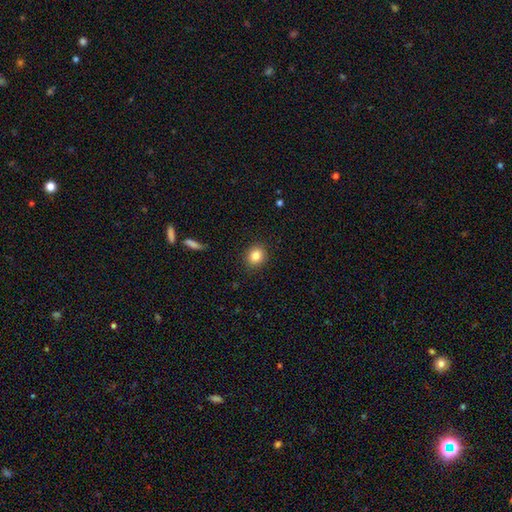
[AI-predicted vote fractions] smooth 84%, star or artifact 10%, featured or disk 6%. Down the decision tree: how rounded — round (75%); merging — none (90%).